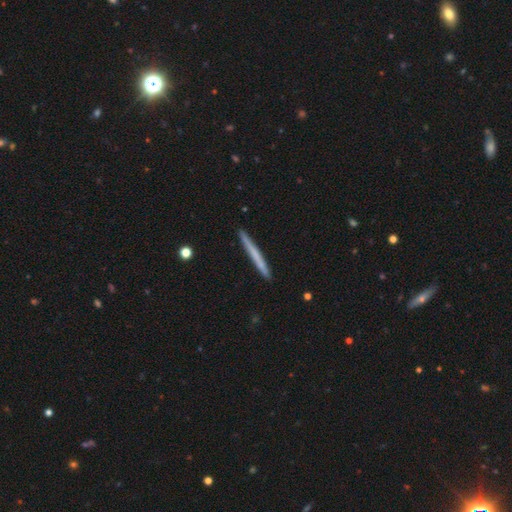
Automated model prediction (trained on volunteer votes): smooth_or_featured: smooth (p=0.57) [alt: featured or disk p=0.37]
how_rounded: cigar-shaped (p=0.97) [alt: in between p=0.02]
merging: none (p=0.91) [alt: minor disturbance p=0.06]